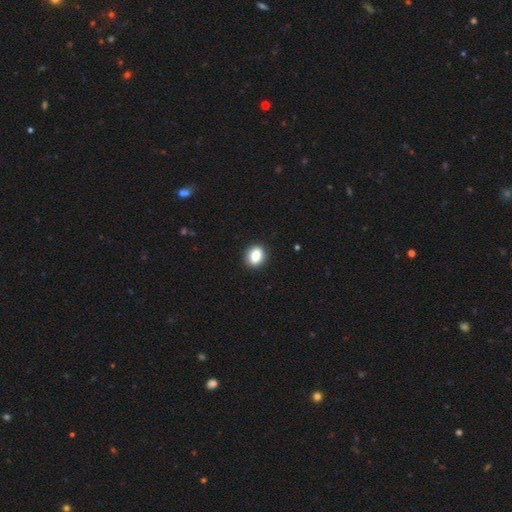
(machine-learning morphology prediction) The model was most divided on "how rounded": in between: 51%, round: 48%, cigar-shaped: 1%. More confident: merging — none (90%); smooth or featured — smooth (84%).